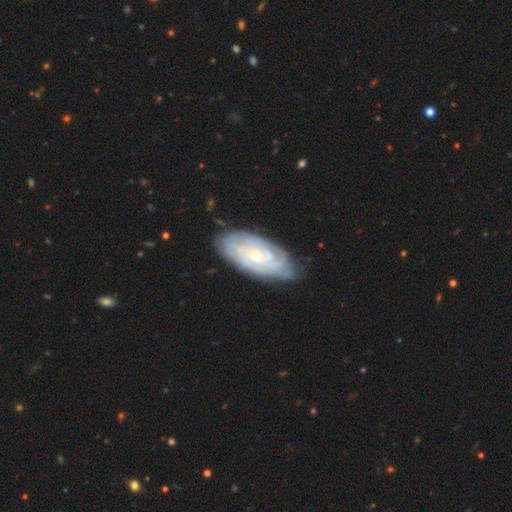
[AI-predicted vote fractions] smooth_or_featured: featured or disk (p=0.79) [alt: smooth p=0.15]
disk_edge_on: no (p=0.93) [alt: yes p=0.07]
bar: no (p=0.71) [alt: weak p=0.23]
has_spiral_arms: yes (p=0.93) [alt: no p=0.07]
spiral_winding: tight (p=0.78) [alt: medium p=0.18]
spiral_arm_count: can't tell (p=0.46) [alt: 4 p=0.16]
bulge_size: small (p=0.67) [alt: moderate p=0.29]
merging: none (p=0.78) [alt: minor disturbance p=0.17]